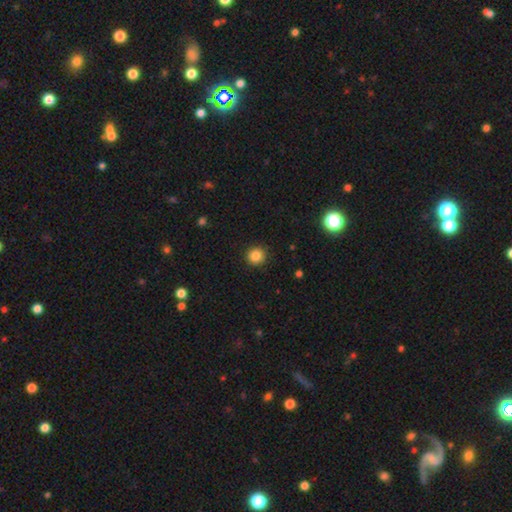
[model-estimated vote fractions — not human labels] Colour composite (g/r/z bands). It shows a smooth galaxy with no disk features (85%) that is round (94%). Merging: none (92%).